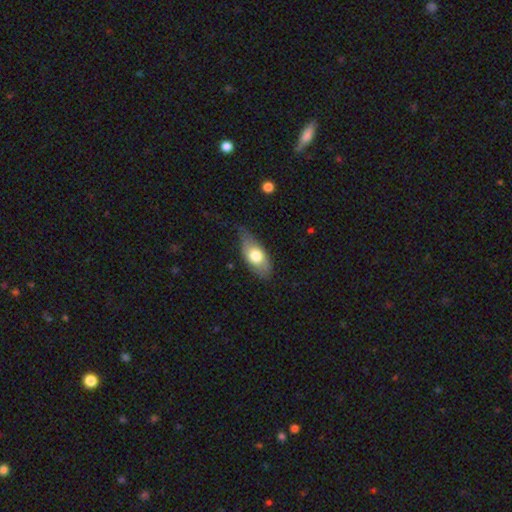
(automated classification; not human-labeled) smooth-or-featured: smooth: 64% | featured or disk: 30% | star or artifact: 6%
  how-rounded: in between: 87% | cigar-shaped: 9% | round: 5%
  merging: none: 57% | minor disturbance: 32% | major disturbance: 9% | merger: 2%